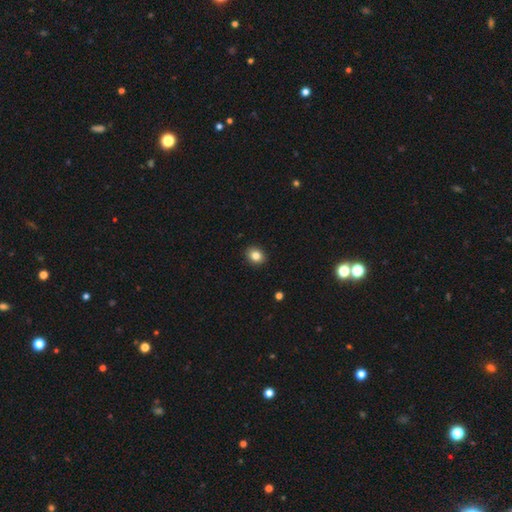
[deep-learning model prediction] A smooth galaxy with no disk features (84%) that is round (56%). Merging: none (91%).